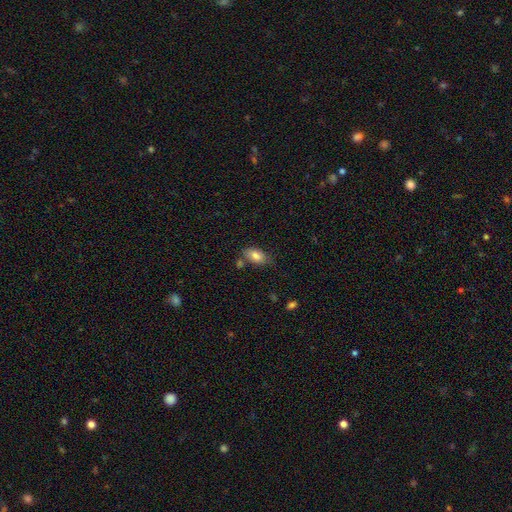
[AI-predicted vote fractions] smooth_or_featured: smooth (p=0.80) [alt: featured or disk p=0.12]
how_rounded: in between (p=0.91) [alt: round p=0.06]
merging: none (p=0.65) [alt: minor disturbance p=0.20]